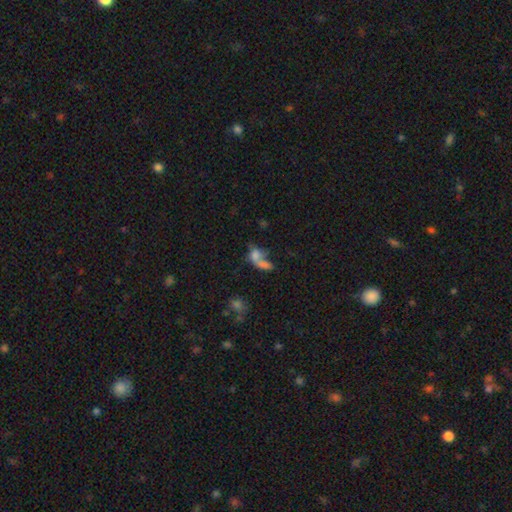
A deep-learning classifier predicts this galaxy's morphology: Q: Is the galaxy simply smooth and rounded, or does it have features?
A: smooth — 60%.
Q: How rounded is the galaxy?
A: in between — 69%.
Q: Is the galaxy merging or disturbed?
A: merger — 57%.